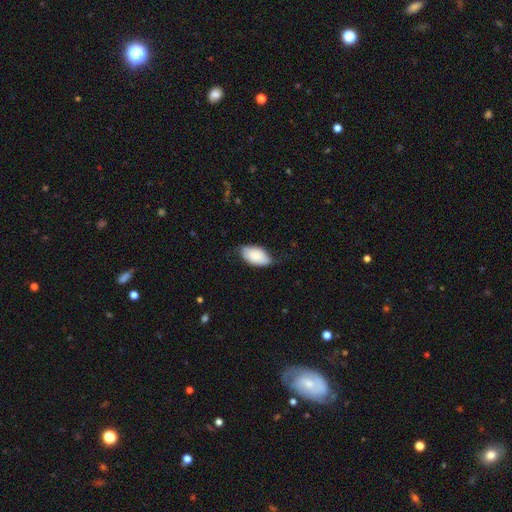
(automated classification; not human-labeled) Overall: smooth (82%). How rounded: in between (95%). Merging: none (65%; minor disturbance 28%).